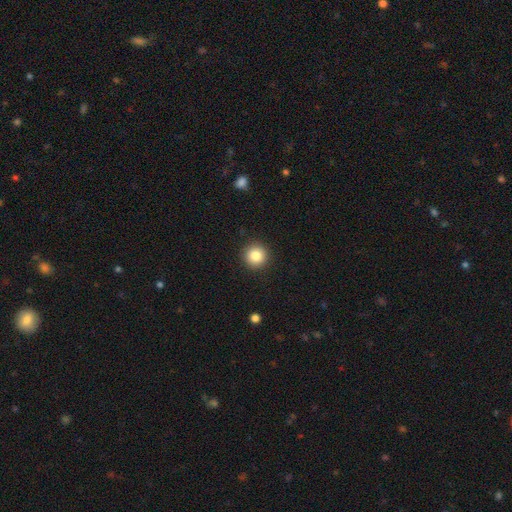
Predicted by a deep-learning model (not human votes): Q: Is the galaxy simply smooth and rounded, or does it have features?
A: smooth — 84%.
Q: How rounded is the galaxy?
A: round — 95%.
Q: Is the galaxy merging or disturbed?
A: none — 92%.